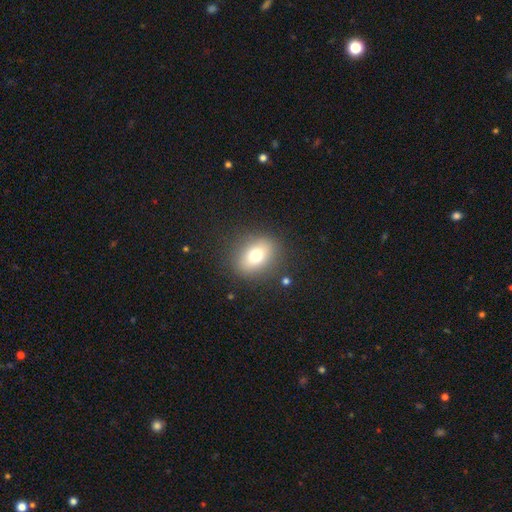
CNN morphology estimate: smooth 73%, featured or disk 16%, star or artifact 12%. Down the decision tree: how rounded — in between (55%); merging — none (85%).